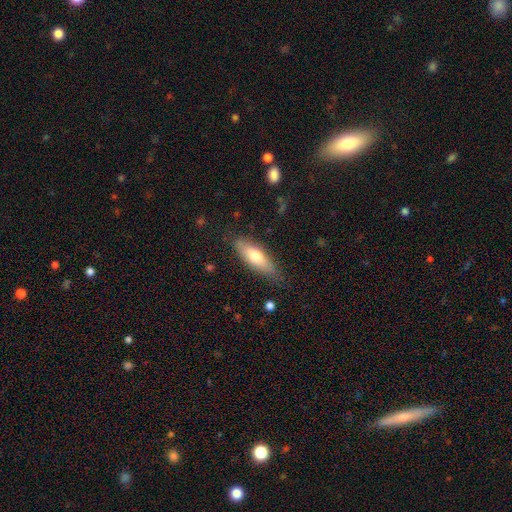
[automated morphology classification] type=smooth (67%); roundness=in between (59%); merging=none (77%).